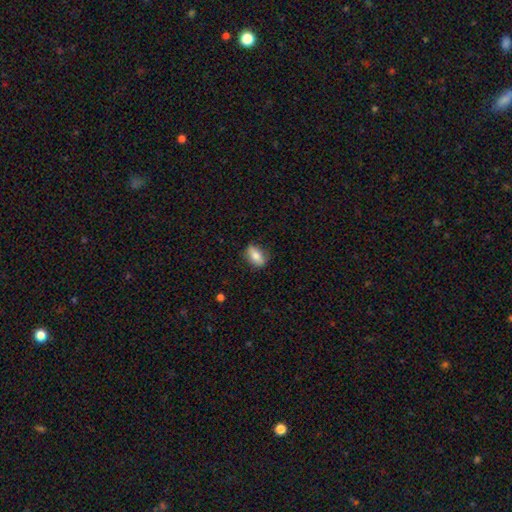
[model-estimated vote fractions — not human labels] Overall: smooth (72%). How rounded: in between (79%). Merging: none (79%).